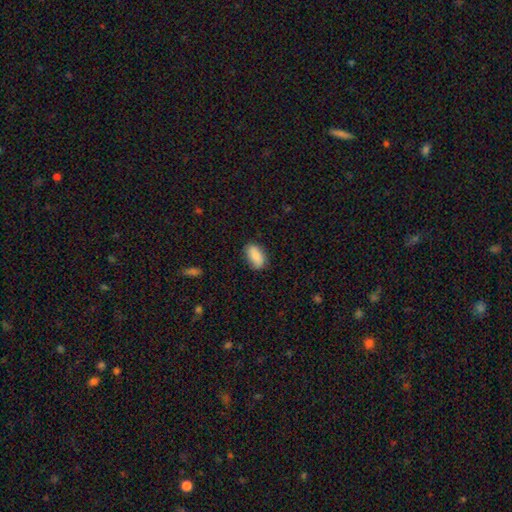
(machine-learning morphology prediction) Smooth or featured: smooth — 86% (featured or disk — 8%)
How rounded: in between — 91% (round — 5%)
Merging: none — 80% (minor disturbance — 16%)